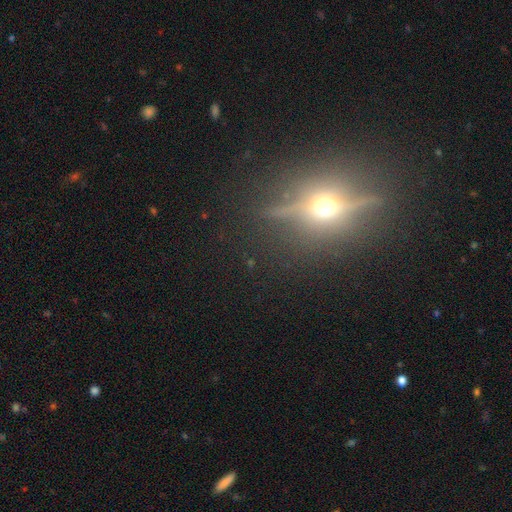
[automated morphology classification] smooth-or-featured: featured or disk: 75% | star or artifact: 15% | smooth: 10%
  disk-edge-on: yes: 91% | no: 9%
    edge-on-bulge: rounded: 96% | boxy: 2% | none: 2%
  merging: none: 88% | minor disturbance: 7% | major disturbance: 3% | merger: 2%